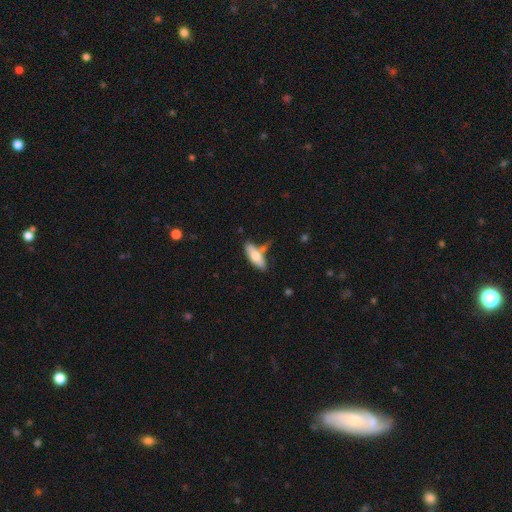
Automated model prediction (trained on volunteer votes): smooth-or-featured: smooth: 72% | featured or disk: 22% | star or artifact: 6%
  how-rounded: in between: 67% | cigar-shaped: 31% | round: 2%
  merging: none: 60% | minor disturbance: 19% | merger: 15% | major disturbance: 6%